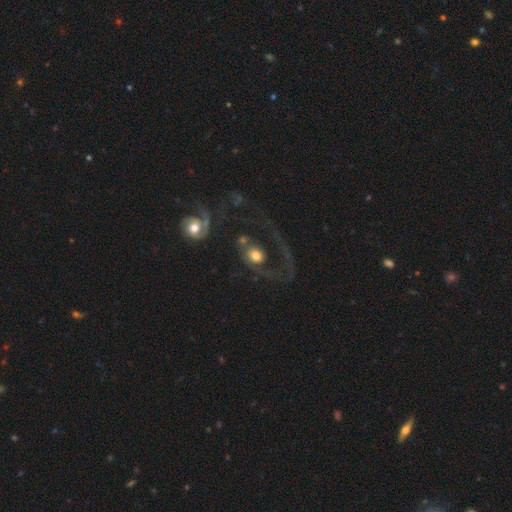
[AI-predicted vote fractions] Morphology: type=featured or disk (49%); merging=major disturbance (45%).